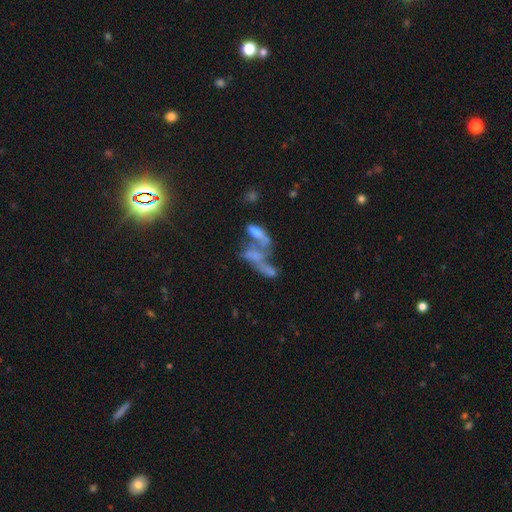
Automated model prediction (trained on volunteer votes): smooth-or-featured: featured or disk: 43% | smooth: 39% | star or artifact: 17%
  merging: merger: 59% | major disturbance: 18% | none: 15% | minor disturbance: 7%